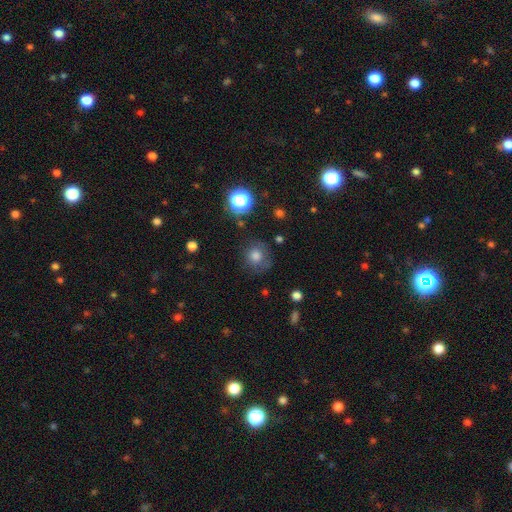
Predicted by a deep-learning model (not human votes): smooth 74%, star or artifact 15%, featured or disk 11%. Down the decision tree: how rounded — round (90%); merging — none (73%).